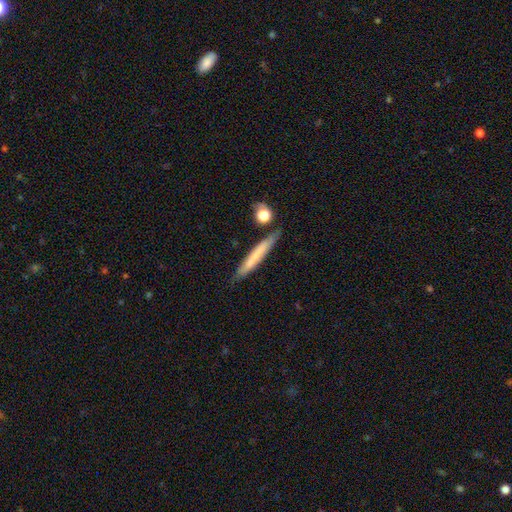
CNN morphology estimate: Smooth or featured? Predicted: smooth (p=0.61). How rounded? Predicted: cigar-shaped (p=0.94). Merging? Predicted: none (p=0.79).